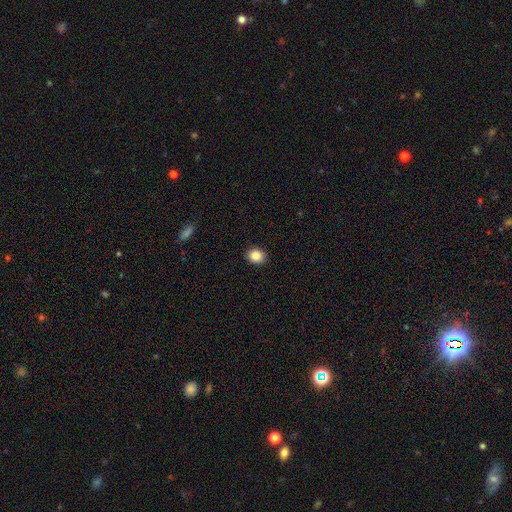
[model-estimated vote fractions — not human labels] Smooth or featured: smooth — 86% (star or artifact — 9%)
How rounded: round — 57% (in between — 42%)
Merging: none — 91% (minor disturbance — 7%)